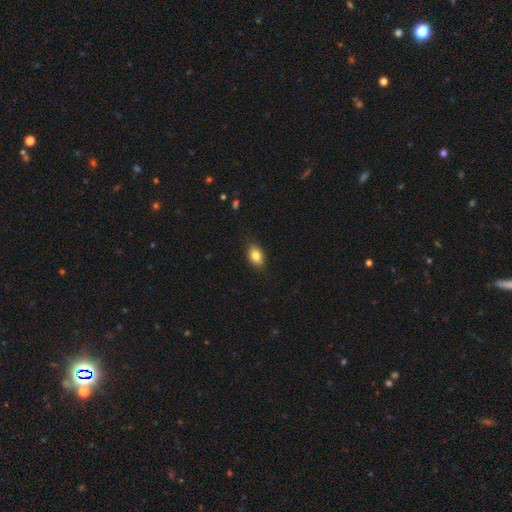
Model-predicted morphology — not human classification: Overall: smooth (83%). How rounded: in between (85%). Merging: none (85%).